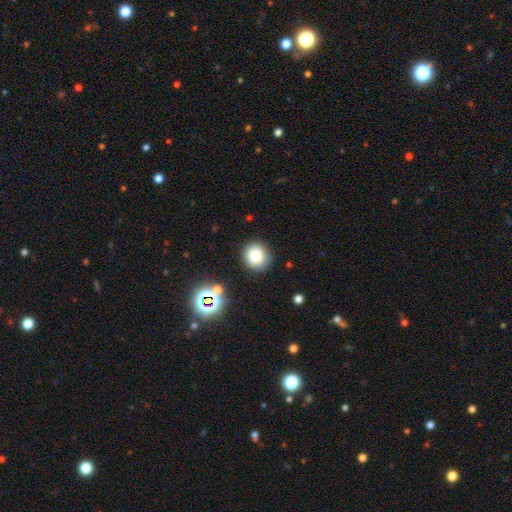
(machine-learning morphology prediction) smooth_or_featured: smooth (p=0.79) [alt: star or artifact p=0.13]
how_rounded: round (p=0.87) [alt: in between p=0.12]
merging: none (p=0.86) [alt: minor disturbance p=0.09]